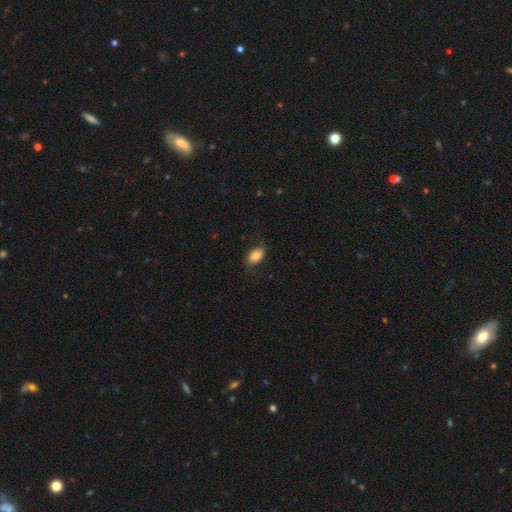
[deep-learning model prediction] Overall: smooth (76%). How rounded: in between (90%). Merging: none (69%).